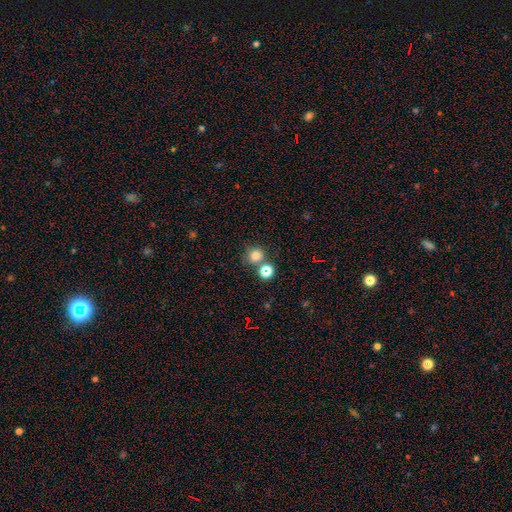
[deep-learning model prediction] A smooth galaxy with no disk features (77%) that is round (90%).

Vote fractions:
- Smooth or featured? smooth: 77% / star or artifact: 17% / featured or disk: 6%
- How rounded? round: 90% / in between: 9% / cigar-shaped: 1%
- Merging? none: 71% / merger: 17% / minor disturbance: 8% / major disturbance: 4%